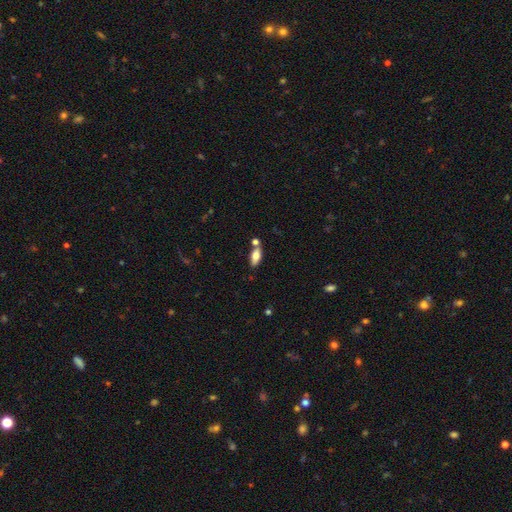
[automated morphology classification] type=smooth (72%); roundness=in between (82%); merging=none (68%).